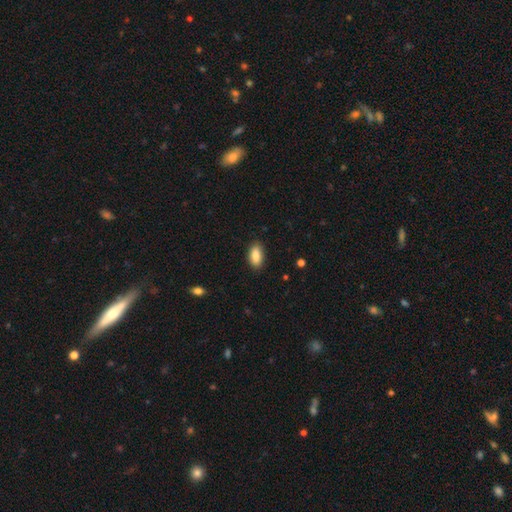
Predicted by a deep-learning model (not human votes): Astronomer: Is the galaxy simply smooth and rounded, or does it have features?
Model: smooth — 88%.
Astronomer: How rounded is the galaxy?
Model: in between — 92%.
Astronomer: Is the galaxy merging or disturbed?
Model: none — 87%.